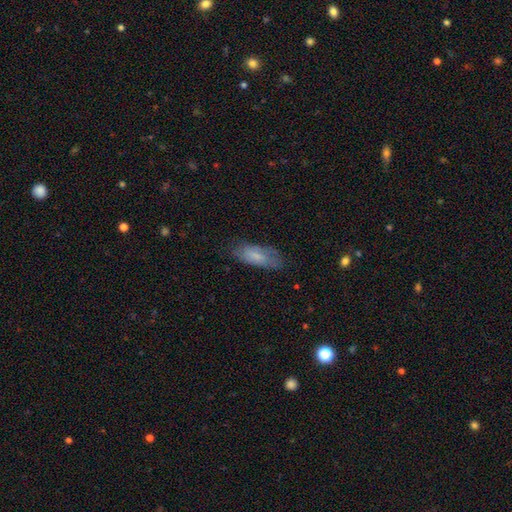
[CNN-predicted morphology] smooth-or-featured: smooth: 70% | featured or disk: 23% | star or artifact: 7%
  how-rounded: in between: 75% | cigar-shaped: 23% | round: 2%
  merging: none: 71% | minor disturbance: 22% | major disturbance: 6% | merger: 1%